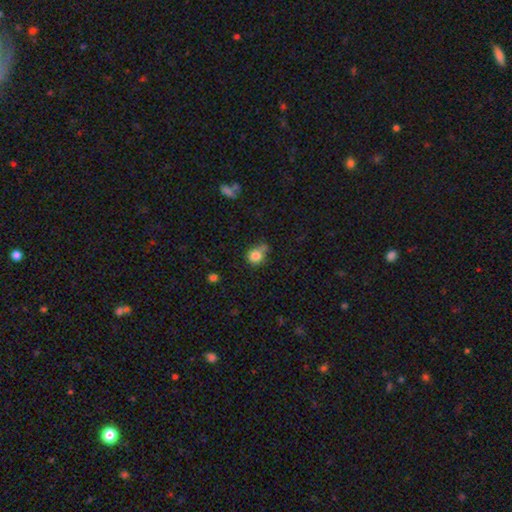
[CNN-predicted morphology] Smooth or featured? smooth (82%)
How rounded? round (75%)
Merging? none (50%)